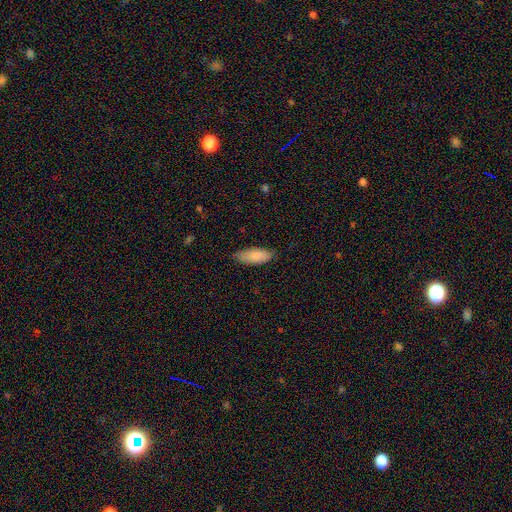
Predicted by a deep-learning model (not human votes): smooth_or_featured: smooth (p=0.87) [alt: featured or disk p=0.08]
how_rounded: in between (p=0.77) [alt: cigar-shaped p=0.21]
merging: none (p=0.78) [alt: minor disturbance p=0.18]